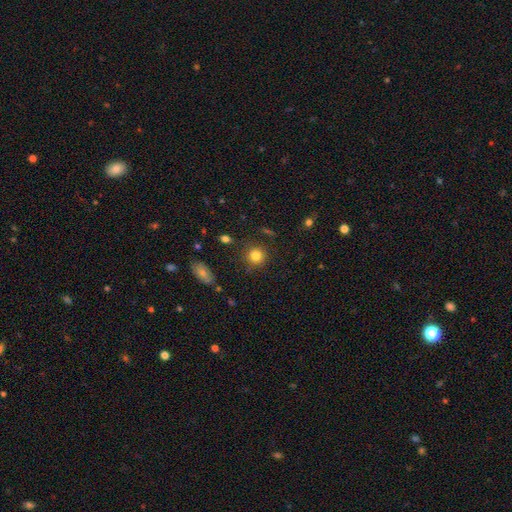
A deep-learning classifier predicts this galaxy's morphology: smooth 83%, star or artifact 11%, featured or disk 6%. Down the decision tree: how rounded — round (90%); merging — none (85%).